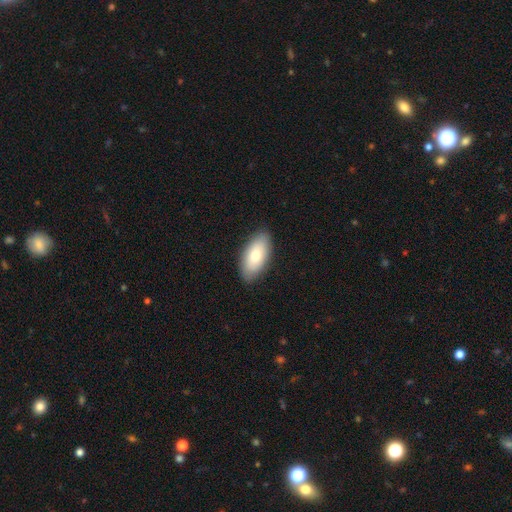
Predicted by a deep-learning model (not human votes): Smooth or featured? smooth (75%)
How rounded? in between (93%)
Merging? none (88%)